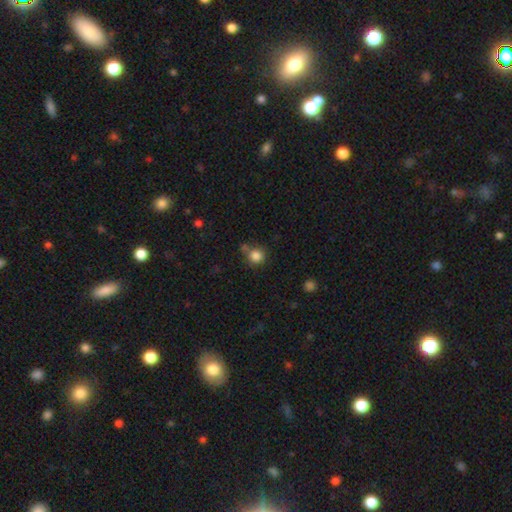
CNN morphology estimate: smooth-or-featured: smooth: 84% | star or artifact: 11% | featured or disk: 5%
  how-rounded: round: 91% | in between: 9% | cigar-shaped: 1%
  merging: none: 65% | merger: 16% | minor disturbance: 14% | major disturbance: 5%